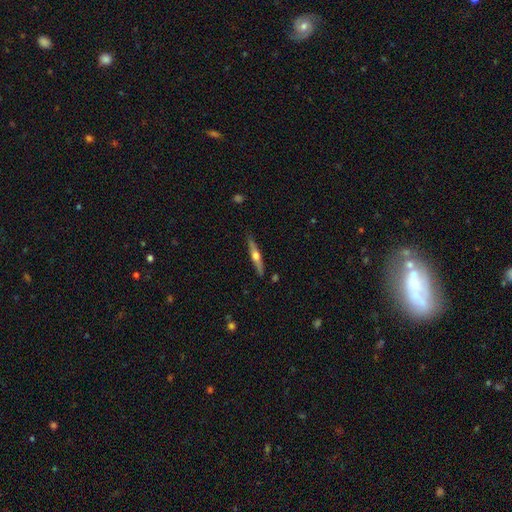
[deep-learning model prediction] Smooth or featured: featured or disk — 64% (smooth — 31%)
Edge-on disk: yes — 97% (no — 3%)
Edge-on bulge: rounded — 92% (none — 4%)
Merging: none — 88% (minor disturbance — 9%)